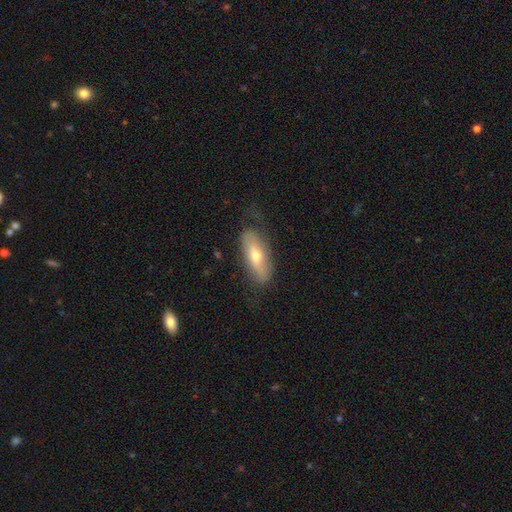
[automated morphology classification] A smooth galaxy with no disk features (55%) that is in between round and cigar-shaped (74%). Merging: none (66%).